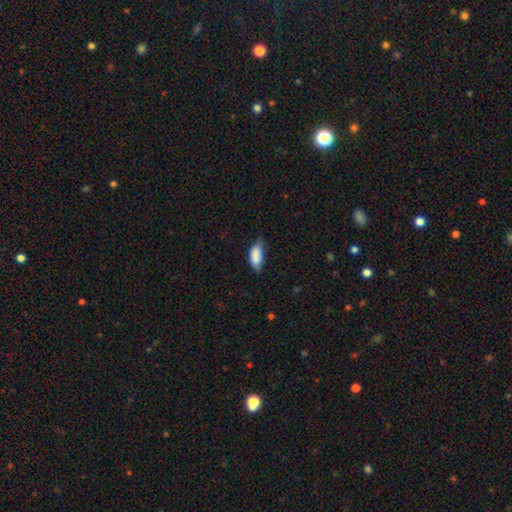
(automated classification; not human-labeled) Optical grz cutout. It shows a smooth galaxy with no disk features (85%) that is in between round and cigar-shaped (87%). Merging: none (44%).